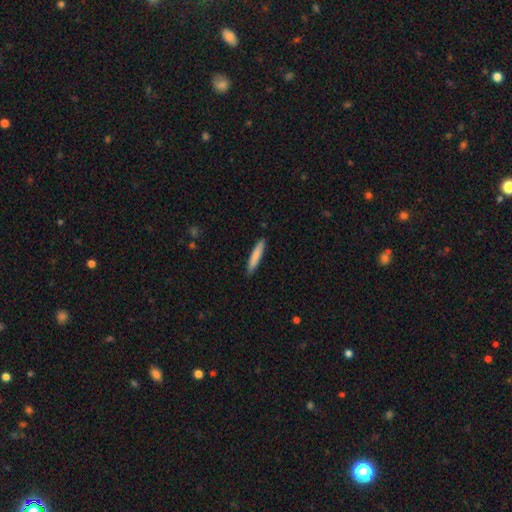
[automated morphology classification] Overall: smooth (82%). How rounded: cigar-shaped (90%). Merging: none (88%).